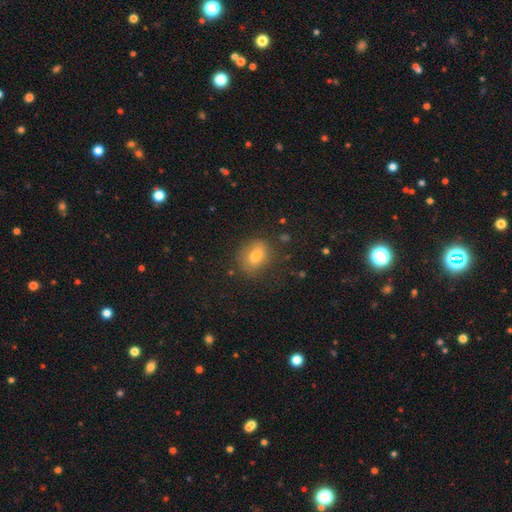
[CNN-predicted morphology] smooth 75%, featured or disk 13%, star or artifact 12%. Down the decision tree: how rounded — in between (53%); merging — none (75%).